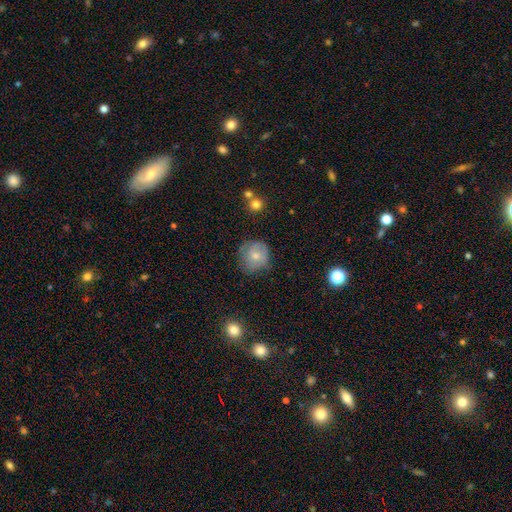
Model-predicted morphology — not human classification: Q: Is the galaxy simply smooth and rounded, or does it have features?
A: smooth — 67%.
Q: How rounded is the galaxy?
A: round — 80%.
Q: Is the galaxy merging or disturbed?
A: none — 58%.